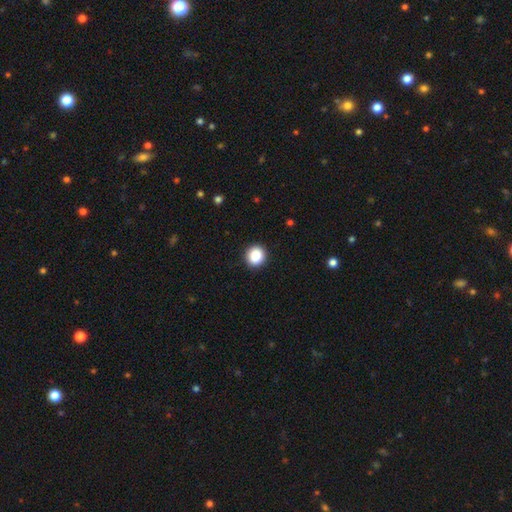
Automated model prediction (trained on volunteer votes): A smooth galaxy with no disk features (88%) that is round (87%). Merging: none (92%).